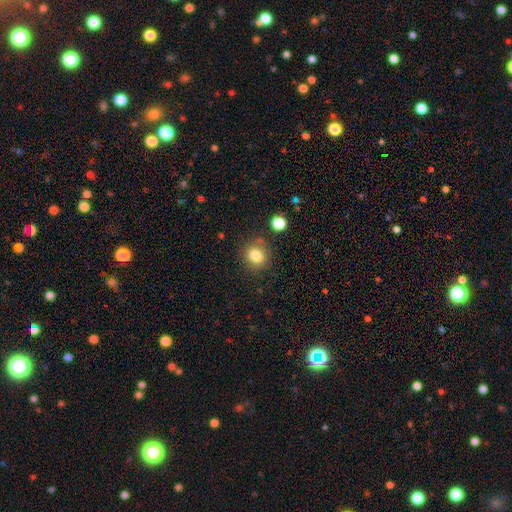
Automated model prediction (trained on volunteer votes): smooth-or-featured: smooth: 82% | star or artifact: 11% | featured or disk: 7%
  how-rounded: round: 78% | in between: 21% | cigar-shaped: 1%
  merging: none: 80% | minor disturbance: 11% | merger: 5% | major disturbance: 4%